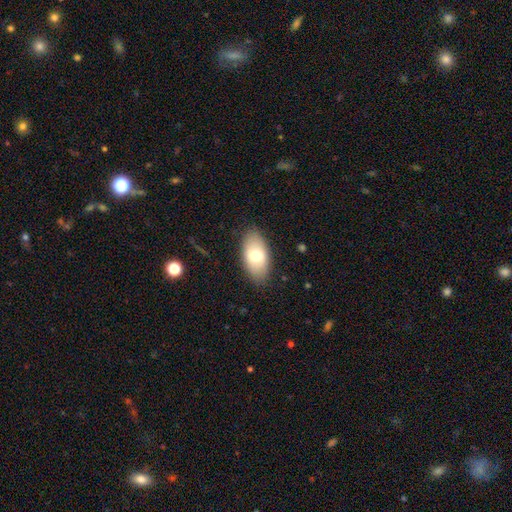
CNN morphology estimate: Smooth or featured? smooth (72%)
How rounded? in between (93%)
Merging? none (85%)